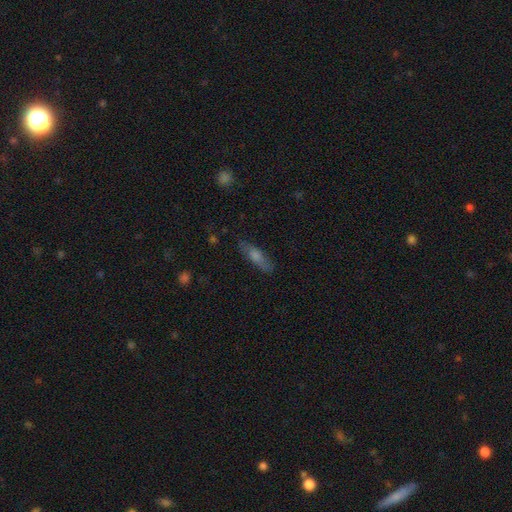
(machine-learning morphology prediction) This appears to be a smooth galaxy with no disk features (59%) that is cigar-shaped (61%). Merging: none (81%).